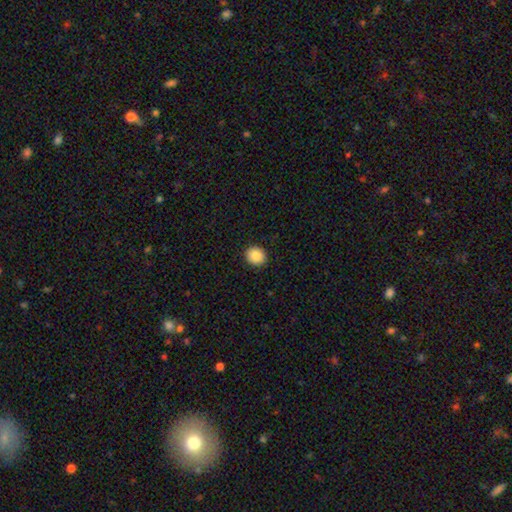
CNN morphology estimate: A smooth galaxy with no disk features (88%) that is round (82%).

Vote fractions:
- Smooth or featured? smooth: 88% / star or artifact: 9% / featured or disk: 4%
- How rounded? round: 82% / in between: 18% / cigar-shaped: 1%
- Merging? none: 92% / minor disturbance: 5% / major disturbance: 2% / merger: 1%